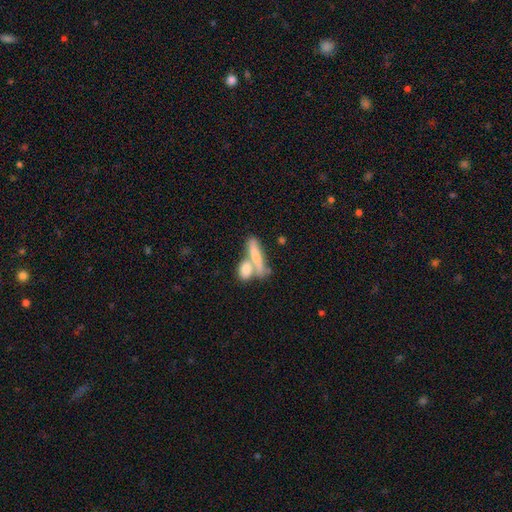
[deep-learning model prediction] A smooth galaxy with no disk features (68%) that is cigar-shaped (66%).

Vote fractions:
- Smooth or featured? smooth: 68% / featured or disk: 25% / star or artifact: 7%
- How rounded? cigar-shaped: 66% / in between: 28% / round: 6%
- Merging? merger: 43% / none: 40% / minor disturbance: 11% / major disturbance: 5%